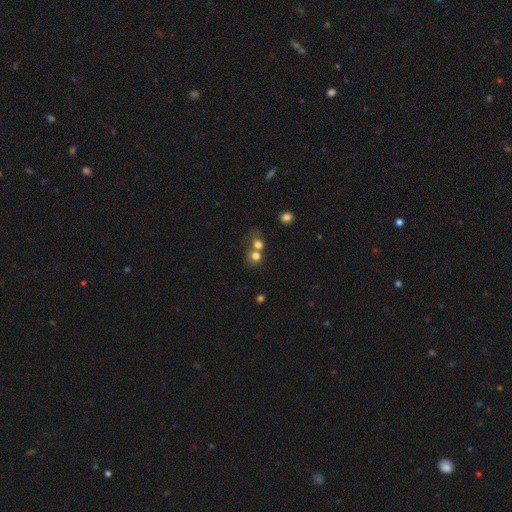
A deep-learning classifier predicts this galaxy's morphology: The model was most divided on "merging": merger: 55%, none: 33%, minor disturbance: 7%, major disturbance: 5%. More confident: how rounded — round (75%); smooth or featured — smooth (73%).